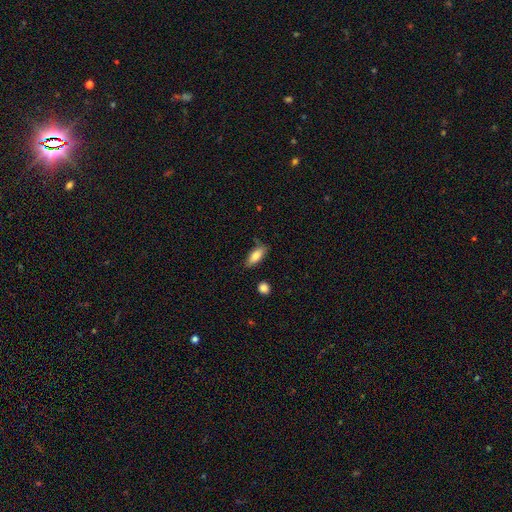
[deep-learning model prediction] The model was most divided on "how rounded": in between: 77%, cigar-shaped: 21%, round: 2%. More confident: smooth or featured — smooth (78%); merging — none (77%).